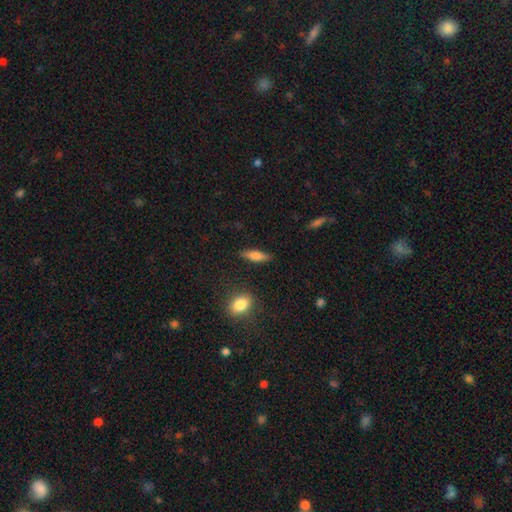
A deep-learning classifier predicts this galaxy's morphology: This is likely a smooth galaxy (69%). How rounded: possibly cigar-shaped (59%). Merging: clearly none (86%).